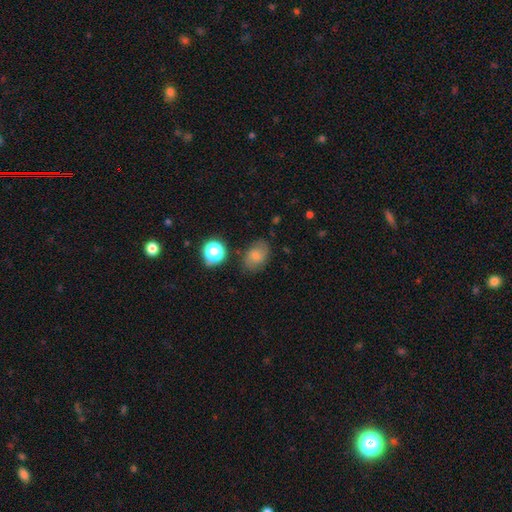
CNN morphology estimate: smooth 65%, featured or disk 22%, star or artifact 13%. Down the decision tree: how rounded — in between (71%); merging — none (74%).